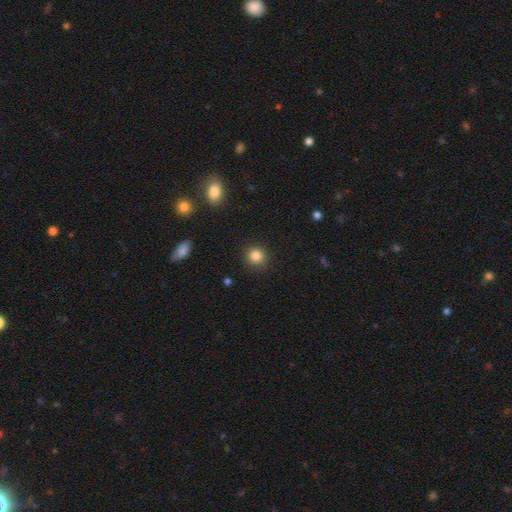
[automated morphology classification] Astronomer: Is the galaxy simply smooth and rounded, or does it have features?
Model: smooth — 85%.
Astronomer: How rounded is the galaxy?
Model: round — 90%.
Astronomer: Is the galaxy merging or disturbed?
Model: none — 90%.